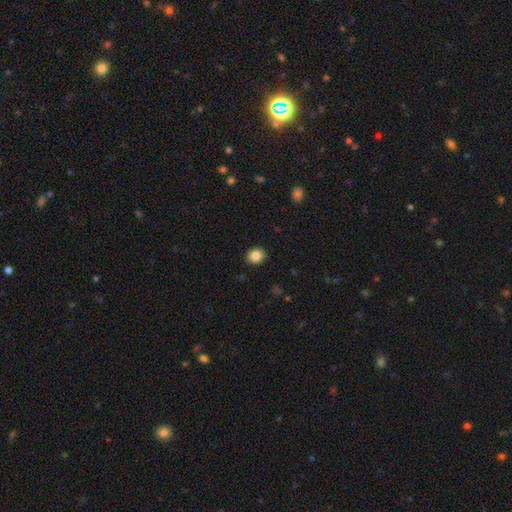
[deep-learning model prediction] Smooth or featured? smooth (84%)
How rounded? round (66%)
Merging? none (89%)